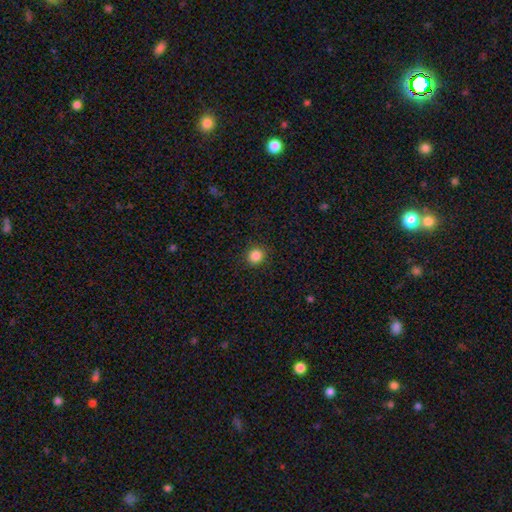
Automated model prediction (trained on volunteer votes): This appears to be a smooth galaxy with no disk features (85%) that is round (92%). Merging: none (92%).